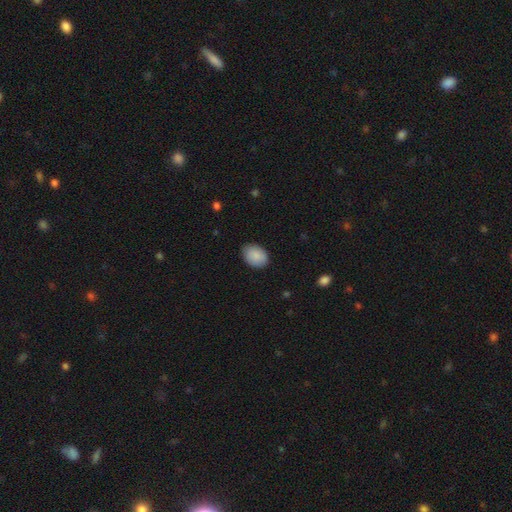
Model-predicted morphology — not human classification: Smooth or featured? Predicted: smooth (p=0.89). How rounded? Predicted: in between (p=0.76). Merging? Predicted: none (p=0.83).